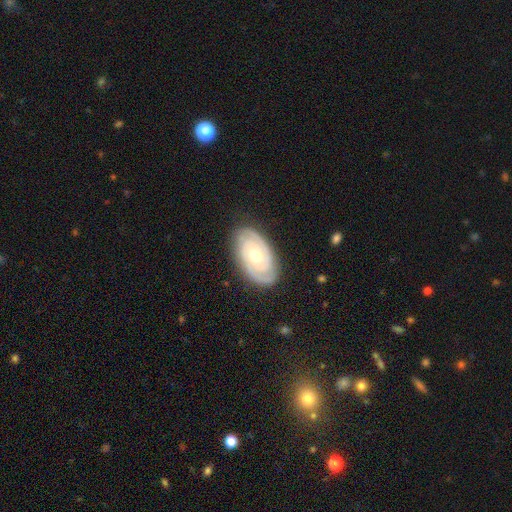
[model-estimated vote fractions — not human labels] Smooth or featured? Predicted: featured or disk (p=0.87). Edge-on disk? Predicted: no (p=0.96). Bar? Predicted: no (p=0.72). Spiral arms? Predicted: yes (p=0.97). Spiral winding? Predicted: tight (p=0.80). Spiral arm count? Predicted: 2 (p=0.71). Bulge size? Predicted: moderate (p=0.62). Merging? Predicted: none (p=0.86).